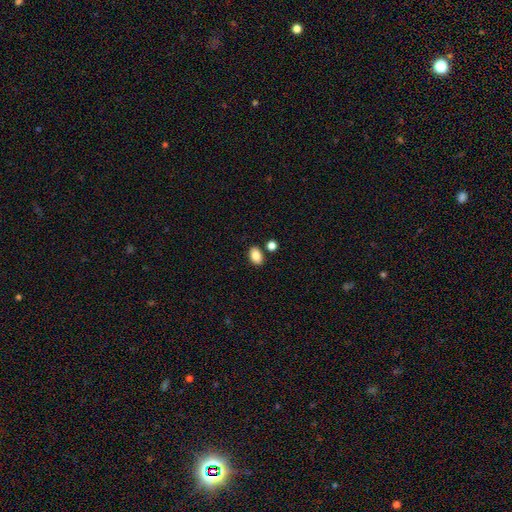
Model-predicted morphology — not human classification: Smooth or featured? smooth (85%)
How rounded? in between (85%)
Merging? none (81%)